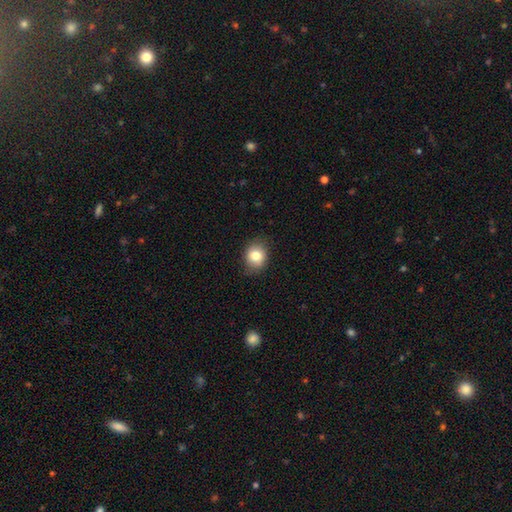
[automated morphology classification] Smooth or featured? smooth (82%)
How rounded? round (55%)
Merging? none (81%)